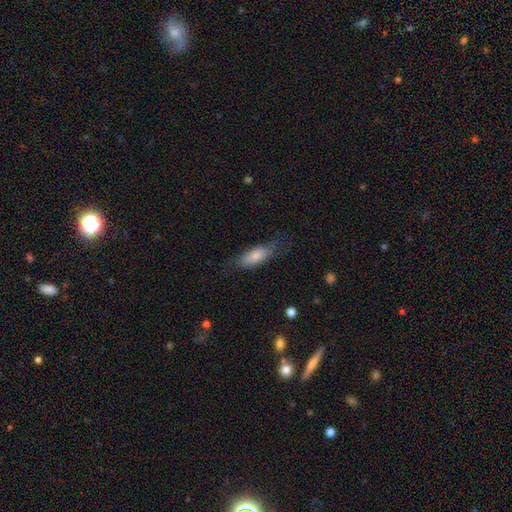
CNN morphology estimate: A smooth galaxy with no disk features (75%) that is in between round and cigar-shaped (73%).

Vote fractions:
- Smooth or featured? smooth: 75% / featured or disk: 18% / star or artifact: 6%
- How rounded? in between: 73% / cigar-shaped: 25% / round: 2%
- Merging? none: 62% / minor disturbance: 25% / major disturbance: 11% / merger: 1%